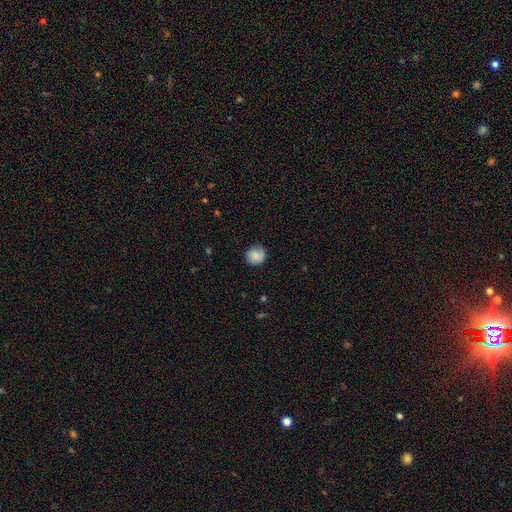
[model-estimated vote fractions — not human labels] Morphology: type=smooth (78%); roundness=round (87%); merging=none (73%).